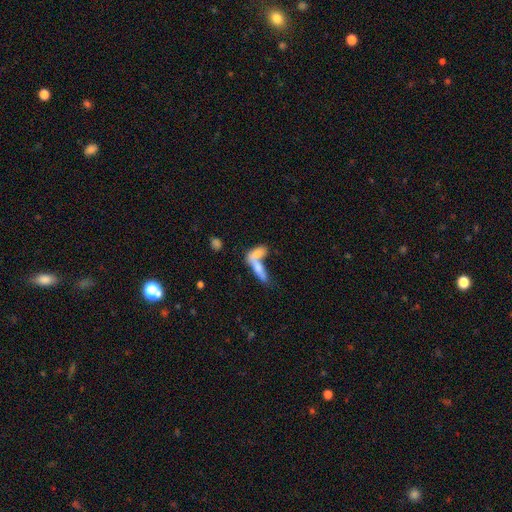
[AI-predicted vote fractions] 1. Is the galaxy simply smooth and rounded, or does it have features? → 68% smooth, 24% featured or disk, 9% star or artifact.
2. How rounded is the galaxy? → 53% in between, 43% cigar-shaped, 4% round.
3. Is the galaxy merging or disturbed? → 66% merger, 21% none, 7% minor disturbance, 6% major disturbance.